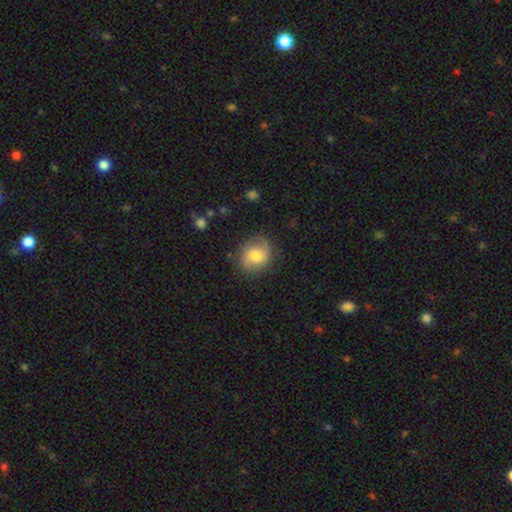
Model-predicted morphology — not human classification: Overall: featured or disk (46%, tied with smooth). Merging: none (76%).